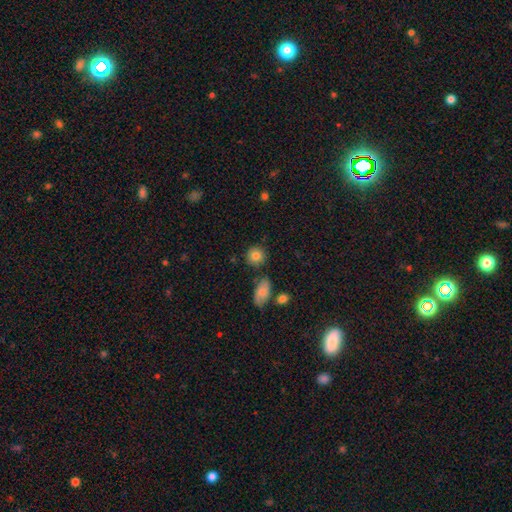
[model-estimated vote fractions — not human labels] A smooth galaxy with no disk features (83%) that is round (87%). Merging: none (81%).